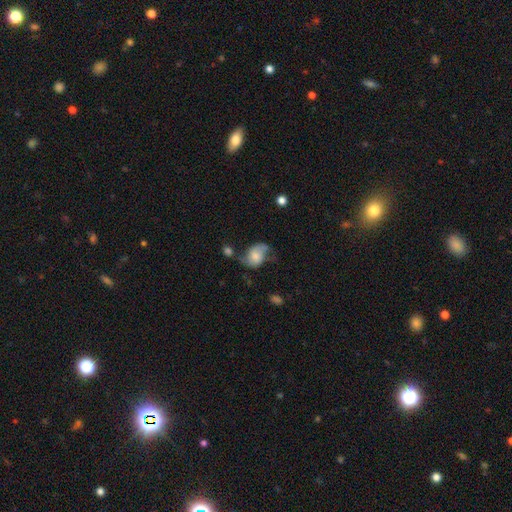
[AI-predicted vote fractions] Smooth or featured?
  - featured or disk: 55% *
  - smooth: 36%
  - star or artifact: 9%
Edge-on disk?
  - no: 97% *
  - yes: 3%
Bar?
  - no: 61% *
  - weak: 31%
  - strong: 7%
Spiral arms?
  - yes: 87% *
  - no: 13%
Bulge size?
  - moderate: 35% *
  - small: 28%
  - none: 17%
  - large: 16%
  - dominant: 4%
Merging?
  - none: 44% *
  - minor disturbance: 27%
  - major disturbance: 18%
  - merger: 11%